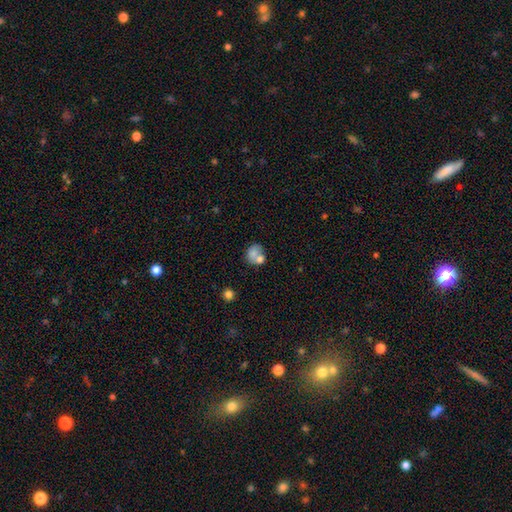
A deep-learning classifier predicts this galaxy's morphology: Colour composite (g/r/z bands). It shows a smooth galaxy with no disk features (72%) that is round (60%). Merging: merger (41%).